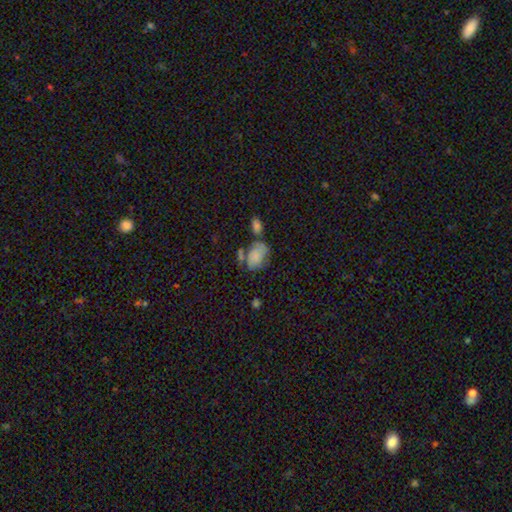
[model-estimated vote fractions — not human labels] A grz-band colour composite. It shows a smooth galaxy with no disk features (75%) that is in between round and cigar-shaped (83%). Merging: none (43%).